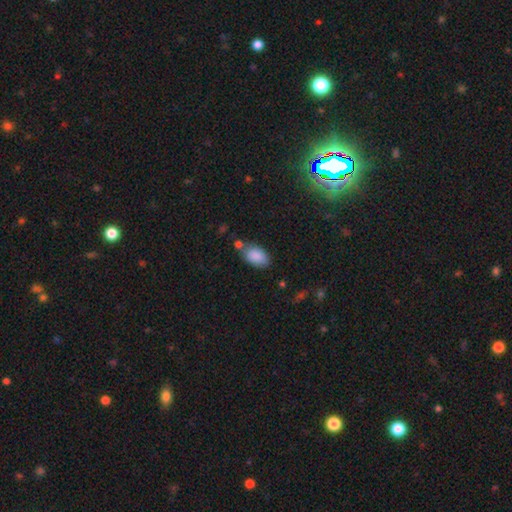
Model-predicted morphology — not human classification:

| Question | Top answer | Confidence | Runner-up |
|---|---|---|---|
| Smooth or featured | smooth | 88% | star or artifact (7%) |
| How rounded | in between | 93% | round (6%) |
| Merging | none | 64% | minor disturbance (19%) |